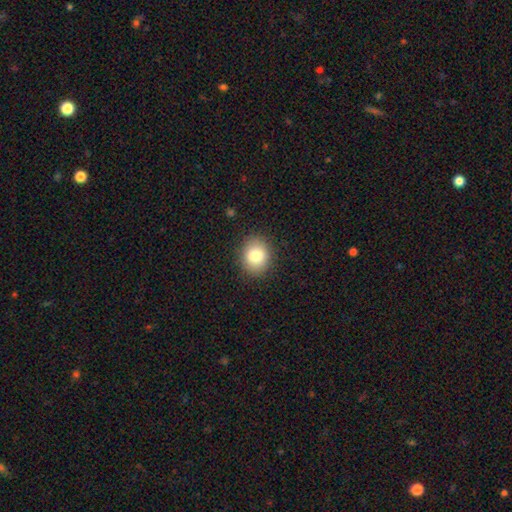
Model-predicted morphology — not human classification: Smooth or featured: smooth — 82% (star or artifact — 9%)
How rounded: round — 61% (in between — 38%)
Merging: none — 88% (minor disturbance — 9%)